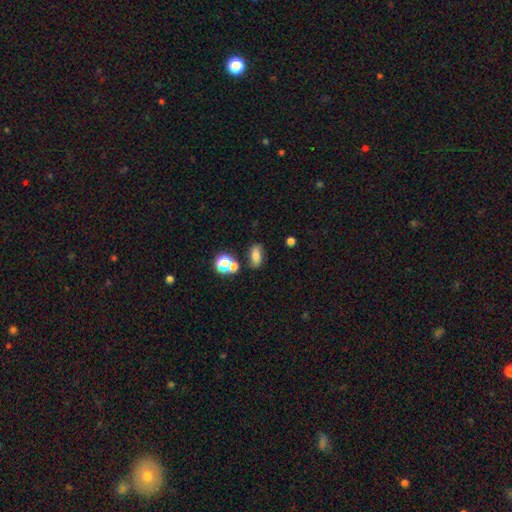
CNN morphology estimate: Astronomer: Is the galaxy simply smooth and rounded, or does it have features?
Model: smooth — 67%.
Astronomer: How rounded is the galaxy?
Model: in between — 72%.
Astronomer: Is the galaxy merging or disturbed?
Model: none — 71%.